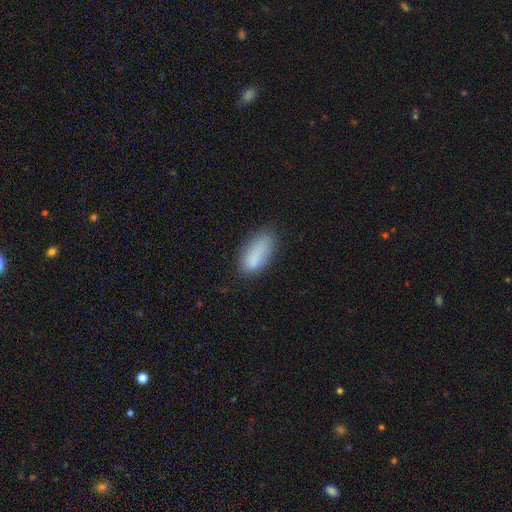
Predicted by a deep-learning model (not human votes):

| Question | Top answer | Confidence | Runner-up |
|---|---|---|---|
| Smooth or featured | smooth | 82% | featured or disk (10%) |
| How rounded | in between | 82% | cigar-shaped (16%) |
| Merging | none | 64% | minor disturbance (25%) |